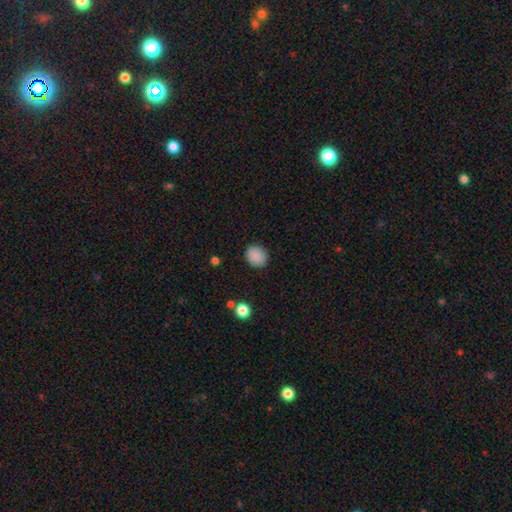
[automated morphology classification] type=smooth (88%); roundness=round (74%); merging=none (88%).